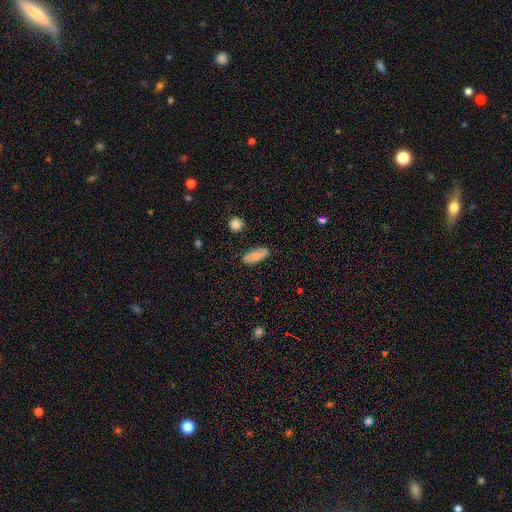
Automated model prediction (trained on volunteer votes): A smooth galaxy with no disk features (76%) that is in between round and cigar-shaped (80%).

Vote fractions:
- Smooth or featured? smooth: 76% / featured or disk: 17% / star or artifact: 8%
- How rounded? in between: 80% / cigar-shaped: 16% / round: 3%
- Merging? none: 80% / minor disturbance: 15% / major disturbance: 3% / merger: 2%